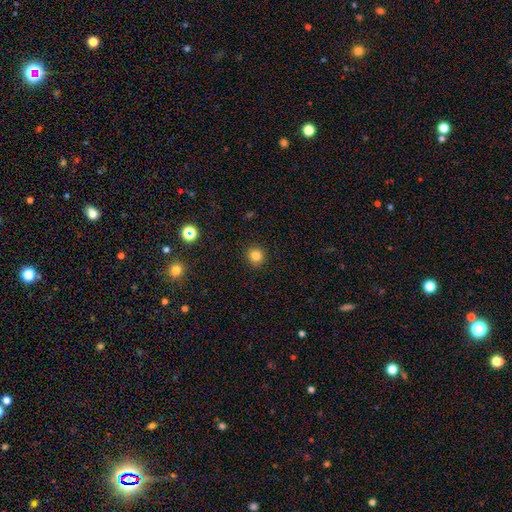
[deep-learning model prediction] Smooth or featured: smooth — 82% (star or artifact — 13%)
How rounded: round — 93% (in between — 6%)
Merging: none — 92% (minor disturbance — 5%)